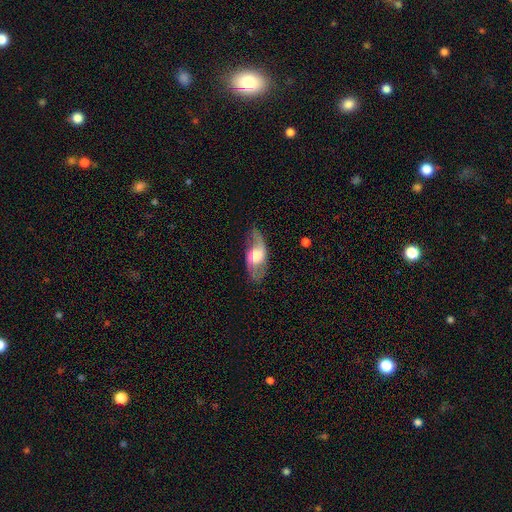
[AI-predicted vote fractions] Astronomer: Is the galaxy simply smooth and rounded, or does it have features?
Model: featured or disk — 63%.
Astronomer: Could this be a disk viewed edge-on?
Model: no — 87%.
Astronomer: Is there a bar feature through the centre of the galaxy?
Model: no — 61%.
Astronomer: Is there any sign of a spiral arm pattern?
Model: yes — 84%.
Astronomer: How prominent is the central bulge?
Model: large — 44% (runner-up: moderate, 38%).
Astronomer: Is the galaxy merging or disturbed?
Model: none — 66%.